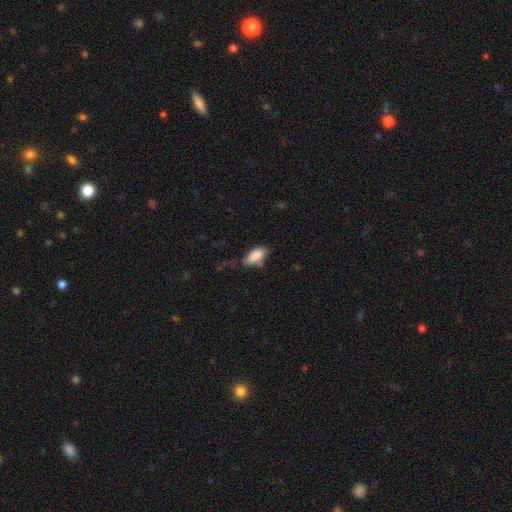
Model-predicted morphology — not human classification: type=smooth (87%); roundness=in between (91%); merging=none (63%).